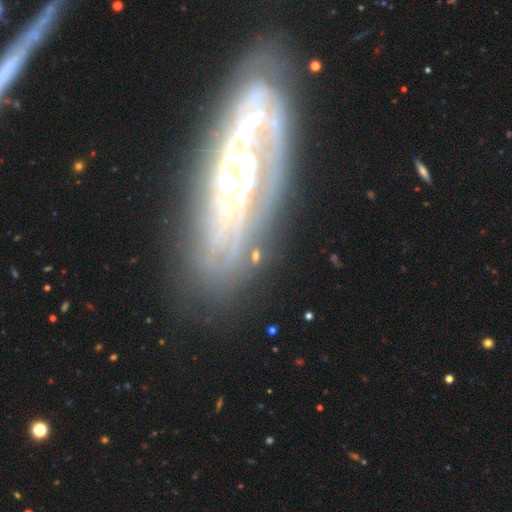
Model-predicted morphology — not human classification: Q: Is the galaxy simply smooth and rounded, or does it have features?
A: featured or disk — 39%.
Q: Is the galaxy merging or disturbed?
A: none — 73%.